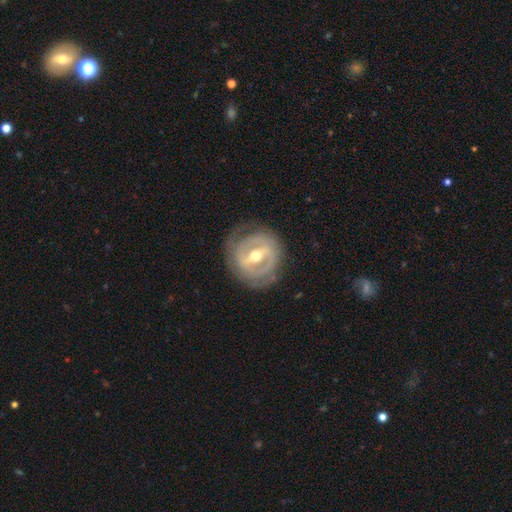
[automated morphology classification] A featured or disk galaxy (83%) with a strong bar (59%), 2 (57%) tight (66%) spiral arms (68%) and a moderate central bulge (74%). Merging: none (79%).